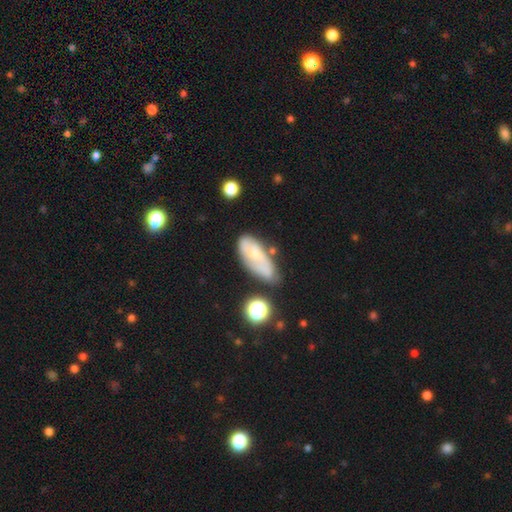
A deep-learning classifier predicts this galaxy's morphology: Q: Smooth or featured?
A: featured or disk (47%); runner-up: smooth (44%)
Q: Merging?
A: none (53%); runner-up: minor disturbance (28%)